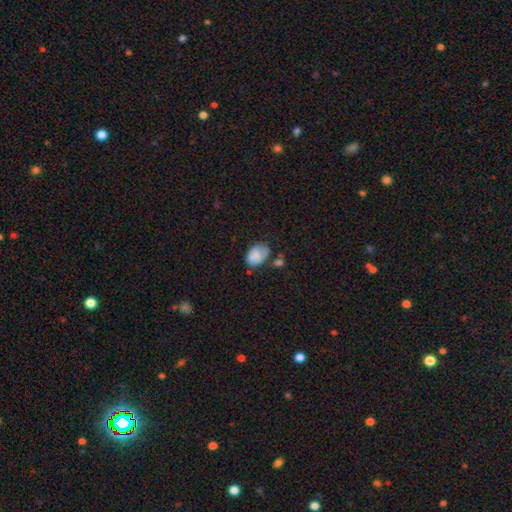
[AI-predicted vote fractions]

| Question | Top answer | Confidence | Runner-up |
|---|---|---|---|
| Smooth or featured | smooth | 75% | featured or disk (16%) |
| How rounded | in between | 79% | round (20%) |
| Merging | none | 45% | minor disturbance (31%) |